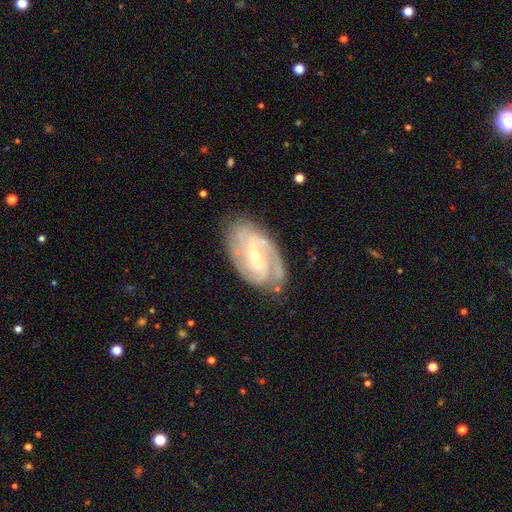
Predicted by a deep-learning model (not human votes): Q: Smooth or featured?
A: featured or disk (89%); runner-up: smooth (6%)
Q: Edge-on disk?
A: no (96%); runner-up: yes (4%)
Q: Bar?
A: weak (41%); runner-up: no (40%)
Q: Spiral arms?
A: yes (97%); runner-up: no (3%)
Q: Spiral winding?
A: tight (54%); runner-up: medium (38%)
Q: Spiral arm count?
A: 2 (44%); runner-up: 3 (27%)
Q: Bulge size?
A: small (57%); runner-up: moderate (41%)
Q: Merging?
A: none (77%); runner-up: minor disturbance (17%)